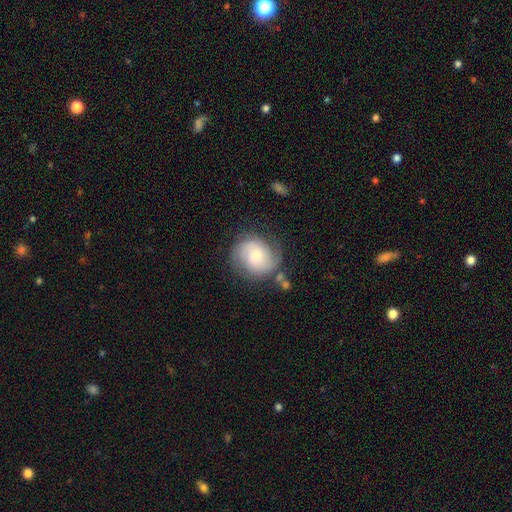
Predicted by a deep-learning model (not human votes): featured or disk 58%, smooth 34%, star or artifact 8%. Down the decision tree: edge-on disk — no (98%); bar — no (68%); spiral arms — yes (89%); spiral arm count — 2 (68%); spiral winding — tight (45%); bulge size — small (43%); merging — none (70%).